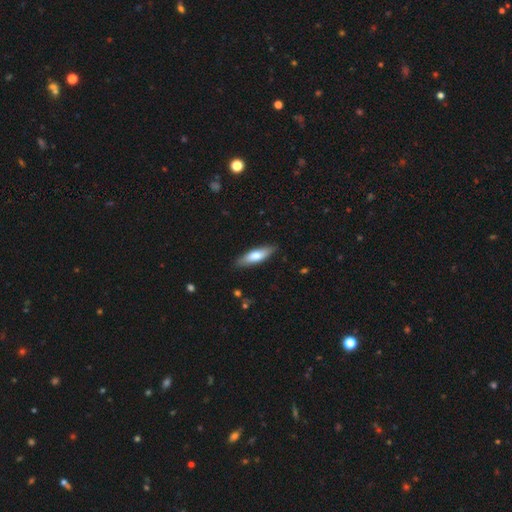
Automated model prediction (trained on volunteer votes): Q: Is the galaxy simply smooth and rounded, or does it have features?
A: smooth — 68%.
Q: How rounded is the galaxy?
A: cigar-shaped — 55%.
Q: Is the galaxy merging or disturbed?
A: none — 86%.